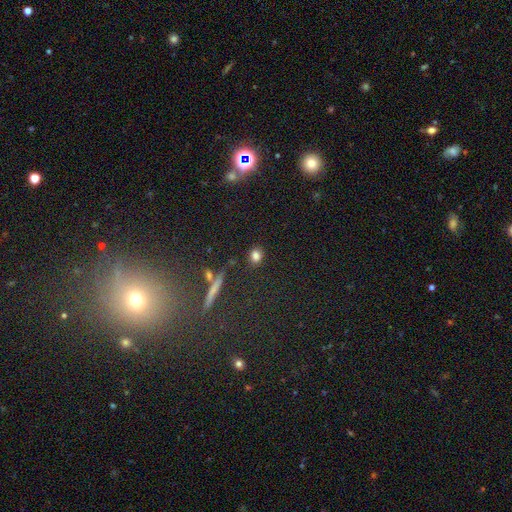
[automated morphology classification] Q: Smooth or featured?
A: smooth (81%); runner-up: star or artifact (13%)
Q: How rounded?
A: round (64%); runner-up: in between (33%)
Q: Merging?
A: none (85%); runner-up: minor disturbance (9%)